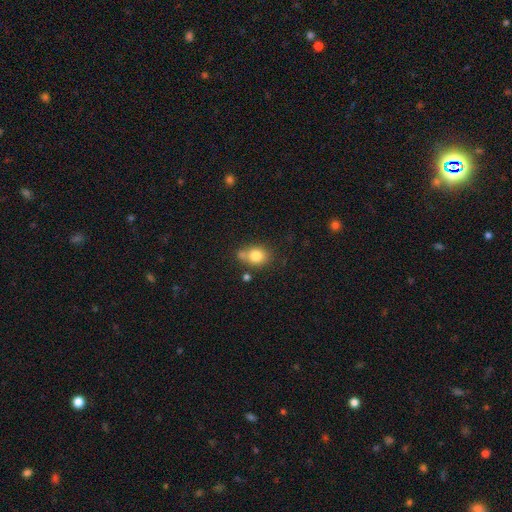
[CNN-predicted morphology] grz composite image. It shows a smooth galaxy with no disk features (81%) that is round (60%). Merging: none (58%).